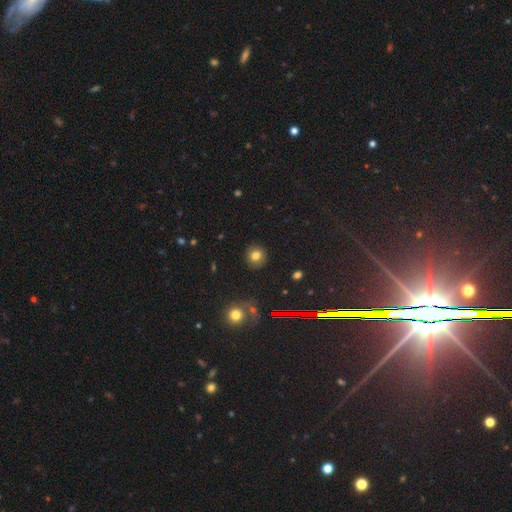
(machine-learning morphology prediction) smooth_or_featured: smooth (p=0.79) [alt: star or artifact p=0.13]
how_rounded: round (p=0.89) [alt: in between p=0.10]
merging: none (p=0.90) [alt: minor disturbance p=0.07]